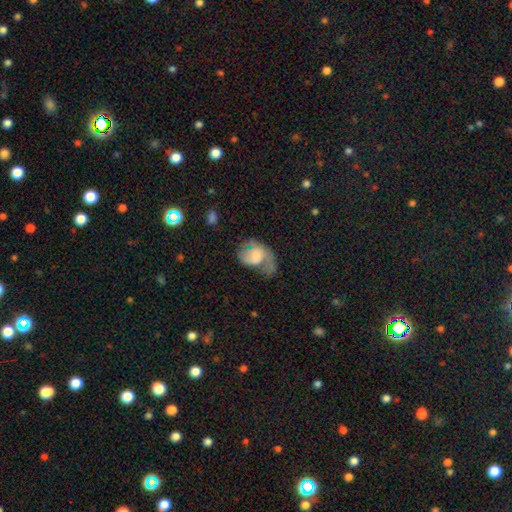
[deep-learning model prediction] This is possibly a featured or disk galaxy (57%). It is clearly not viewed edge-on (97%). Bar: likely no (67%). Spiral arm pattern: likely yes (77%). Central bulge: marginally none (31%). Merging: marginally major disturbance (44%).